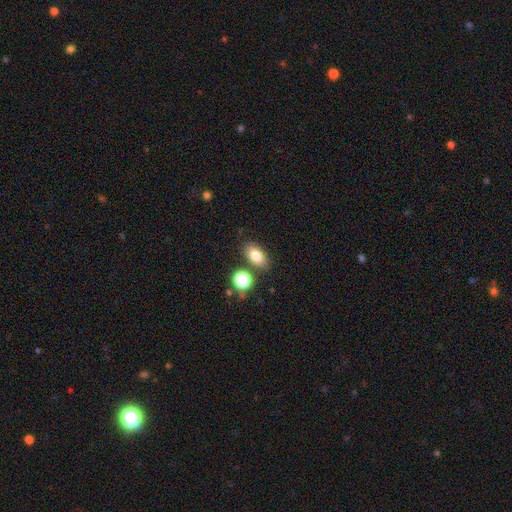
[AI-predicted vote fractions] Smooth or featured? smooth (80%)
How rounded? in between (86%)
Merging? none (77%)